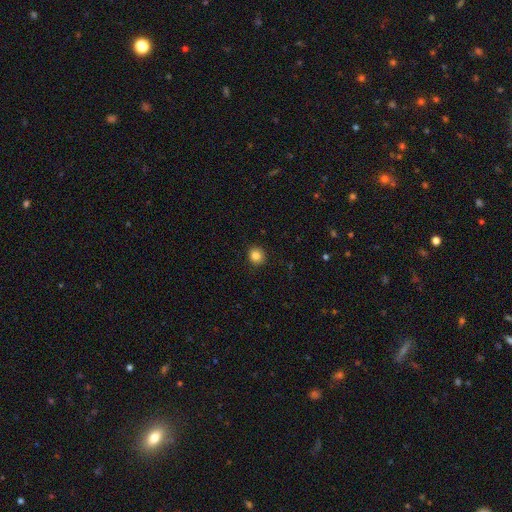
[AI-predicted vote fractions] Smooth or featured?
  - smooth: 85% *
  - star or artifact: 11%
  - featured or disk: 4%
How rounded?
  - round: 90% *
  - in between: 9%
  - cigar-shaped: 1%
Merging?
  - none: 91% *
  - minor disturbance: 6%
  - major disturbance: 2%
  - merger: 1%